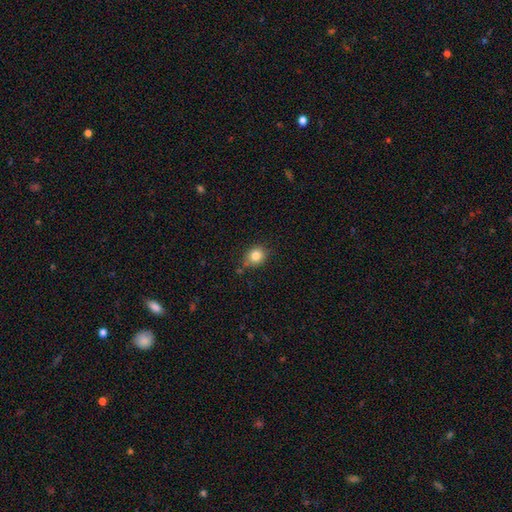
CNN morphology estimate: A smooth galaxy with no disk features (83%) that is round (72%). Merging: none (75%).